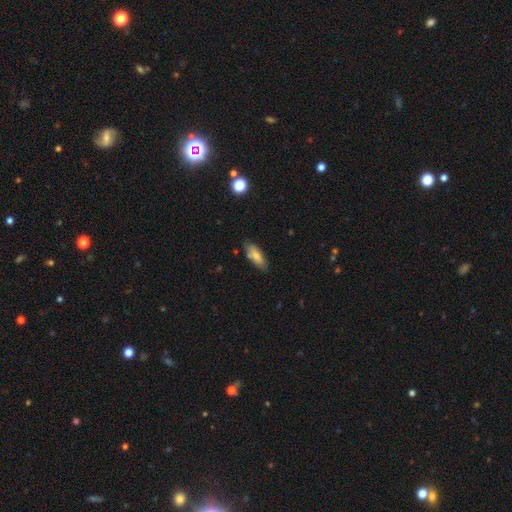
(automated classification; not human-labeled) A smooth galaxy with no disk features (72%) that is in between round and cigar-shaped (69%). Merging: none (79%).